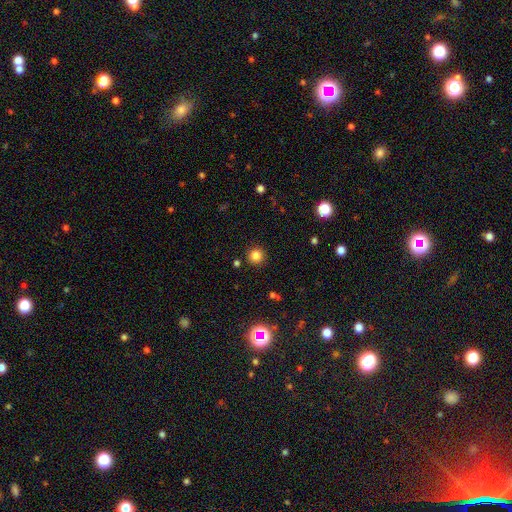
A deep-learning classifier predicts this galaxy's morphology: A smooth galaxy with no disk features (82%) that is round (95%).

Vote fractions:
- Smooth or featured? smooth: 82% / star or artifact: 13% / featured or disk: 5%
- How rounded? round: 95% / in between: 4% / cigar-shaped: 1%
- Merging? none: 91% / minor disturbance: 5% / major disturbance: 2% / merger: 2%